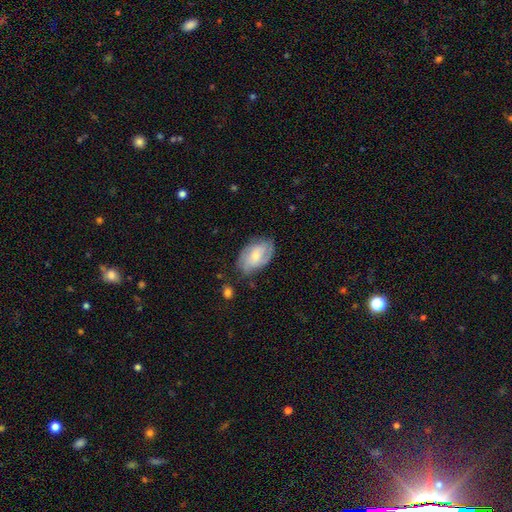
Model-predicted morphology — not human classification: smooth_or_featured: featured or disk (p=0.57) [alt: smooth p=0.36]
disk_edge_on: no (p=0.95) [alt: yes p=0.05]
bar: no (p=0.56) [alt: weak p=0.35]
has_spiral_arms: yes (p=0.81) [alt: no p=0.19]
bulge_size: small (p=0.52) [alt: moderate p=0.42]
merging: none (p=0.67) [alt: minor disturbance p=0.24]